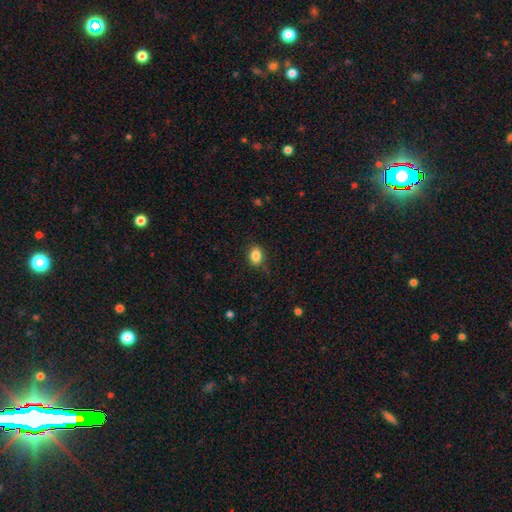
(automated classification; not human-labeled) Smooth or featured: smooth — 85% (star or artifact — 10%)
How rounded: in between — 59% (round — 40%)
Merging: none — 79% (minor disturbance — 16%)